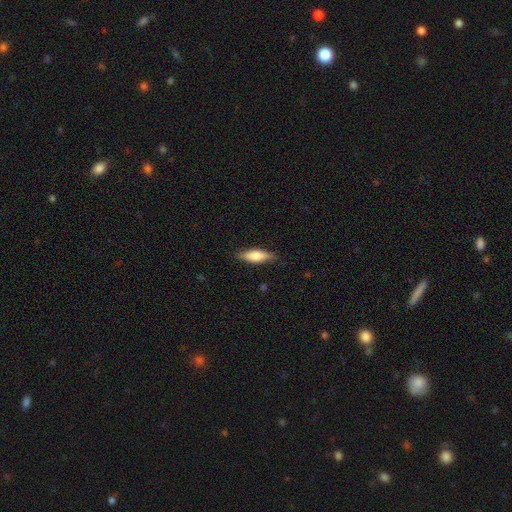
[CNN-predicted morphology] This is likely a smooth galaxy (64%). How rounded: possibly cigar-shaped (52%). Merging: clearly none (84%).